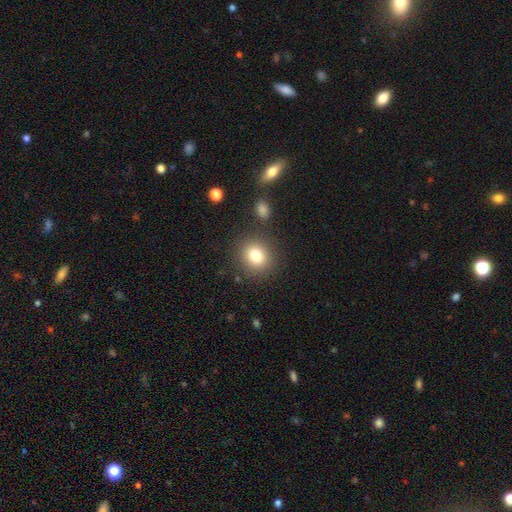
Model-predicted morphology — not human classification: A smooth galaxy with no disk features (79%) that is round (82%). Merging: none (85%).